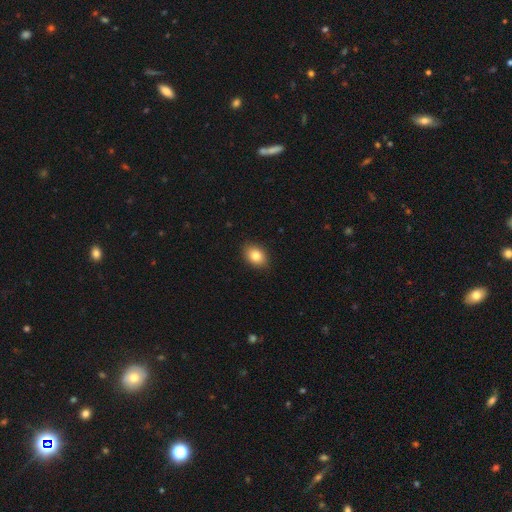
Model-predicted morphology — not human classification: Smooth or featured?
  - smooth: 83% *
  - star or artifact: 9%
  - featured or disk: 8%
How rounded?
  - in between: 74% *
  - round: 25%
  - cigar-shaped: 1%
Merging?
  - none: 89% *
  - minor disturbance: 8%
  - major disturbance: 2%
  - merger: 1%